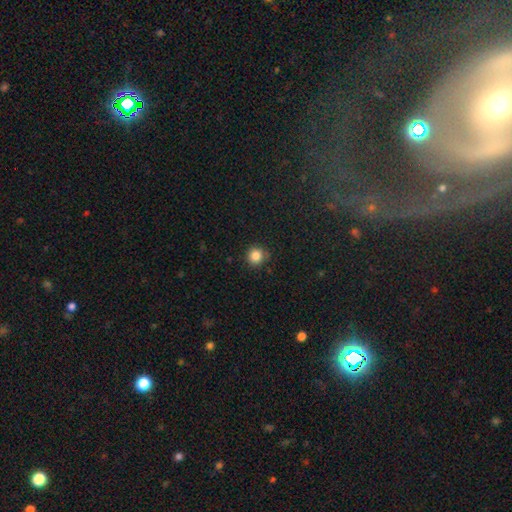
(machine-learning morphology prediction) This appears to be a smooth galaxy with no disk features (85%) that is round (92%). Merging: none (85%).